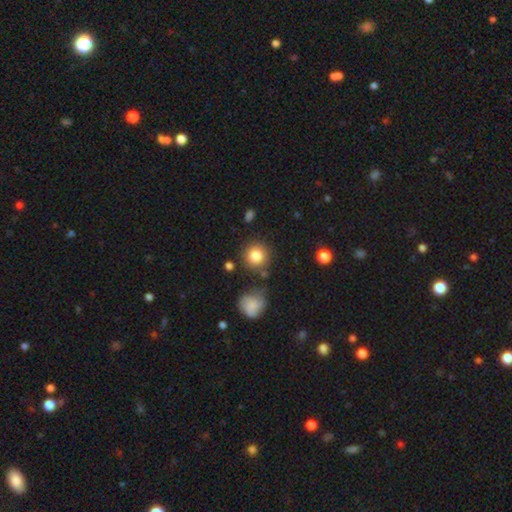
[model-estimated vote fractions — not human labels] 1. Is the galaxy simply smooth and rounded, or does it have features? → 83% smooth, 10% star or artifact, 7% featured or disk.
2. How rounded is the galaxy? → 92% round, 7% in between, 1% cigar-shaped.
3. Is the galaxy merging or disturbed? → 79% none, 11% minor disturbance, 6% merger, 4% major disturbance.